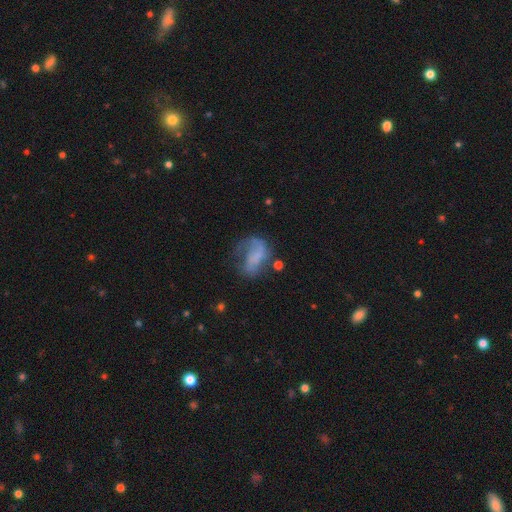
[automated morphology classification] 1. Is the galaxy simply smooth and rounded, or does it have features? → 55% featured or disk, 33% smooth, 11% star or artifact.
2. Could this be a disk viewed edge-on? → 97% no, 3% yes.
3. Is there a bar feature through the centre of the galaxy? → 63% no, 26% weak, 11% strong.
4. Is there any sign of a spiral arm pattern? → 62% yes, 38% no.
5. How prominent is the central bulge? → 67% none, 19% small, 8% moderate, 4% large, 2% dominant.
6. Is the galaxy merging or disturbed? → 40% major disturbance, 32% none, 22% minor disturbance, 6% merger.